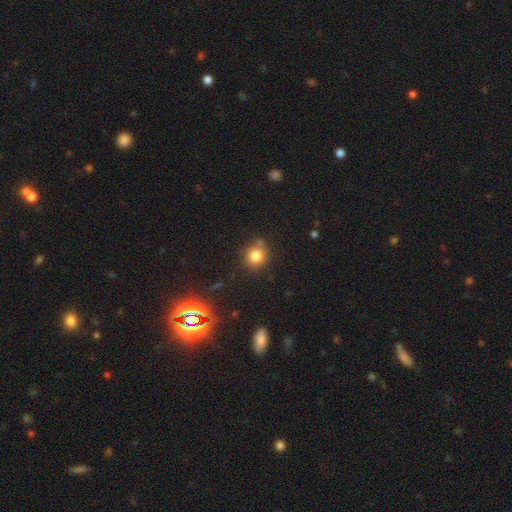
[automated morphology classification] A smooth galaxy with no disk features (80%) that is round (83%).

Vote fractions:
- Smooth or featured? smooth: 80% / star or artifact: 13% / featured or disk: 7%
- How rounded? round: 83% / in between: 16% / cigar-shaped: 1%
- Merging? none: 77% / minor disturbance: 14% / merger: 6% / major disturbance: 3%